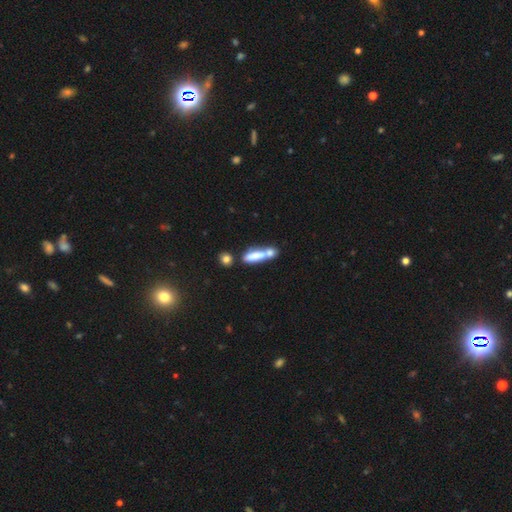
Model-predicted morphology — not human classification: type=smooth (69%); roundness=cigar-shaped (69%); merging=merger (46%).